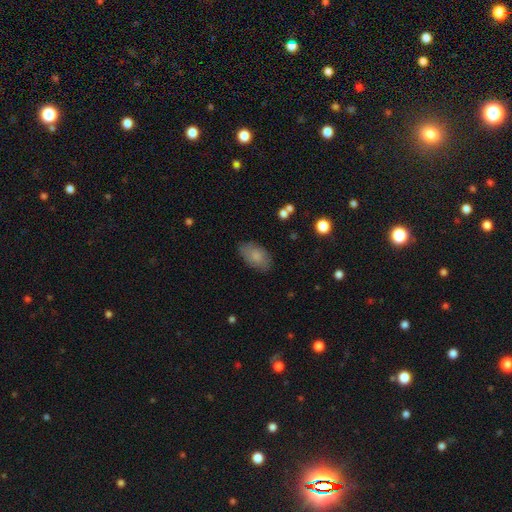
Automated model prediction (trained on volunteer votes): smooth_or_featured: smooth (p=0.81) [alt: featured or disk p=0.12]
how_rounded: in between (p=0.93) [alt: round p=0.05]
merging: none (p=0.79) [alt: minor disturbance p=0.16]